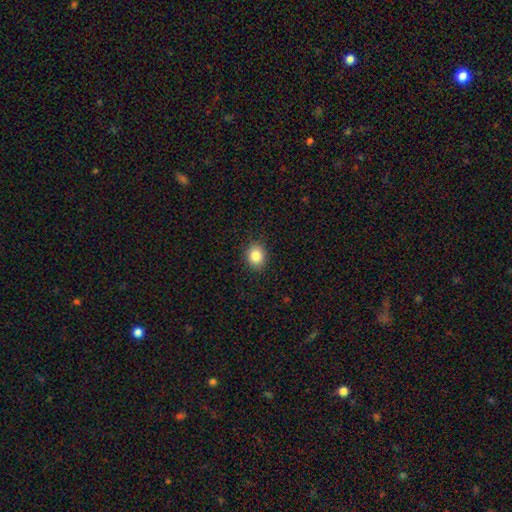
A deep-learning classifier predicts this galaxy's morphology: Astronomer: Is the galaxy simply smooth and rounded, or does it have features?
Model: smooth — 85%.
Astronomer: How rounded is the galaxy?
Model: round — 63%.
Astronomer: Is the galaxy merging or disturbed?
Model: none — 90%.